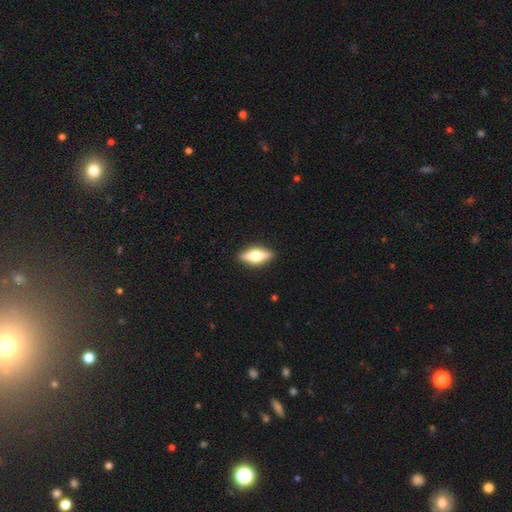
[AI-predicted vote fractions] The model was most divided on "smooth or featured": featured or disk: 54%, smooth: 39%, star or artifact: 6%. More confident: edge-on bulge — rounded (95%); edge-on disk — yes (92%); merging — none (90%).